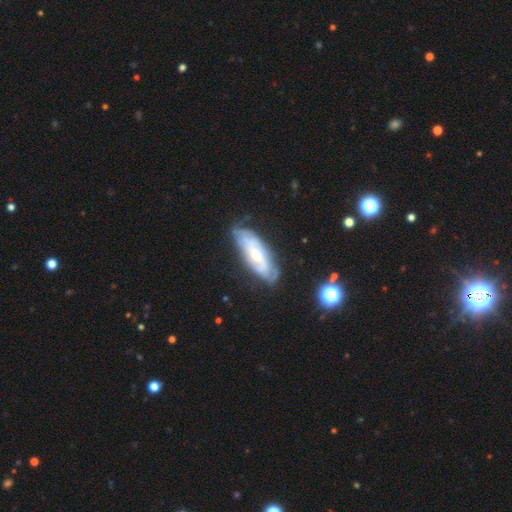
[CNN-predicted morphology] This is likely a featured or disk galaxy (72%). It is clearly not viewed edge-on (84%). Bar: likely no (62%). Spiral arm pattern: clearly yes (80%). Central bulge: possibly moderate (53%). Merging: likely none (67%).